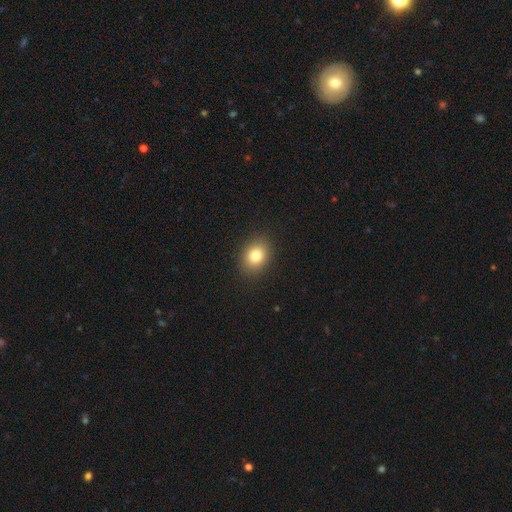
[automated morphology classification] The model was most divided on "how rounded": in between: 57%, round: 42%, cigar-shaped: 1%. More confident: merging — none (89%); smooth or featured — smooth (81%).